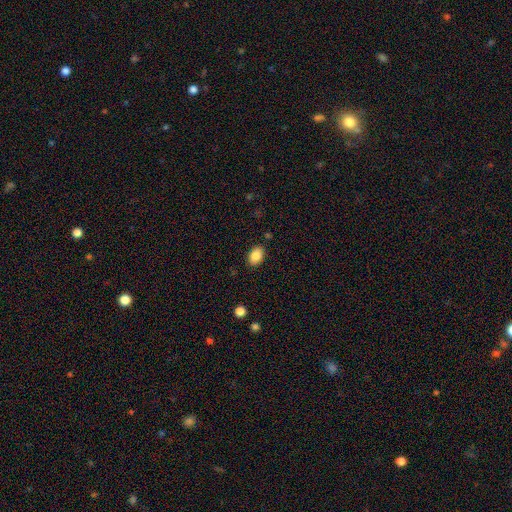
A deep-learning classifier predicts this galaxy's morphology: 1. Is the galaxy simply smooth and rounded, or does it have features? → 86% smooth, 8% star or artifact, 7% featured or disk.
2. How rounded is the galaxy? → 86% in between, 13% round, 1% cigar-shaped.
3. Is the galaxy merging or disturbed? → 87% none, 9% minor disturbance, 2% major disturbance, 1% merger.